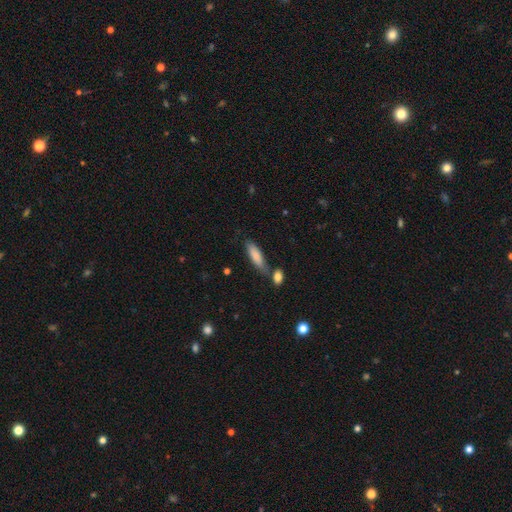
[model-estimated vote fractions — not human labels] Smooth or featured: smooth — 81% (featured or disk — 13%)
How rounded: cigar-shaped — 54% (in between — 44%)
Merging: none — 64% (minor disturbance — 16%)